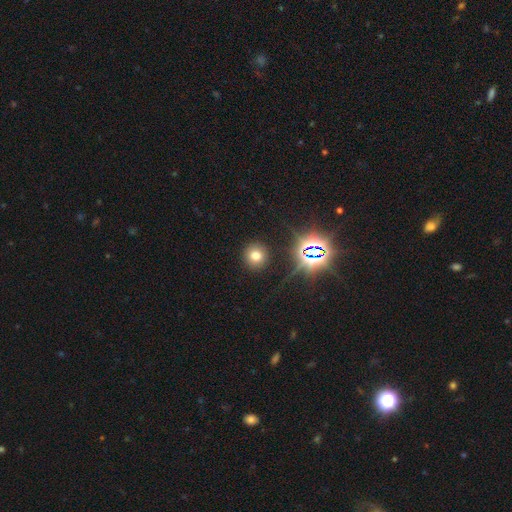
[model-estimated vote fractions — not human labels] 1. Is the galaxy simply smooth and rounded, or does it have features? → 68% smooth, 23% star or artifact, 9% featured or disk.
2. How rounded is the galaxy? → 92% round, 7% in between, 1% cigar-shaped.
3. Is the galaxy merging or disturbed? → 89% none, 6% minor disturbance, 3% major disturbance, 2% merger.